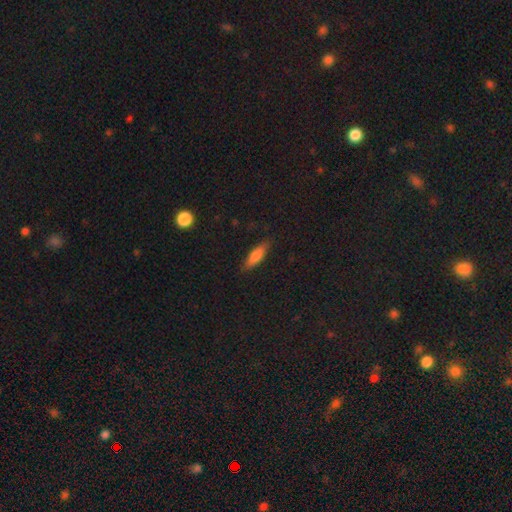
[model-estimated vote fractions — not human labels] smooth-or-featured: smooth: 70% | featured or disk: 23% | star or artifact: 7%
  how-rounded: cigar-shaped: 57% | in between: 41% | round: 2%
  merging: none: 85% | minor disturbance: 11% | major disturbance: 2% | merger: 1%